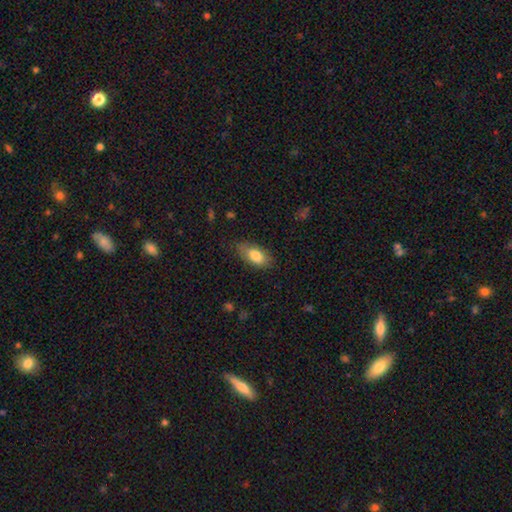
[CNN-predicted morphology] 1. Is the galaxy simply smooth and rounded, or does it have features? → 80% smooth, 13% featured or disk, 7% star or artifact.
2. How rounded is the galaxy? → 88% in between, 8% cigar-shaped, 4% round.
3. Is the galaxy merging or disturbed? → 72% none, 22% minor disturbance, 5% major disturbance, 1% merger.